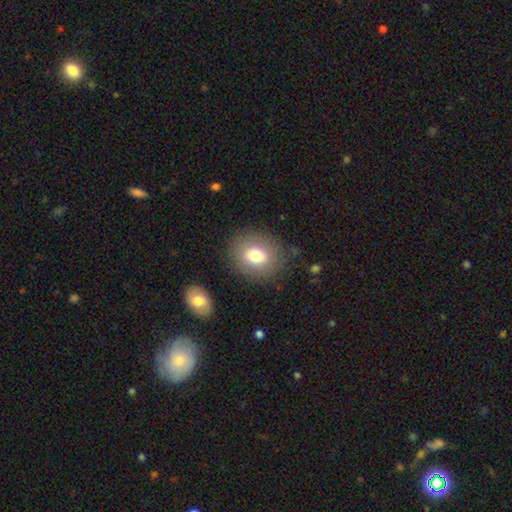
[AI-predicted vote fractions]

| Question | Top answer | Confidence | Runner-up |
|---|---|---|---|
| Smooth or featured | smooth | 76% | featured or disk (15%) |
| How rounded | round | 59% | in between (40%) |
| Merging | none | 82% | minor disturbance (11%) |